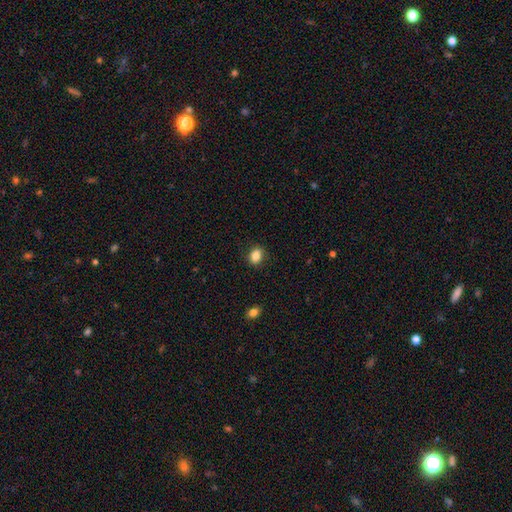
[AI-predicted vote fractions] This appears to be a smooth galaxy with no disk features (85%) that is in between round and cigar-shaped (56%). Merging: none (87%).